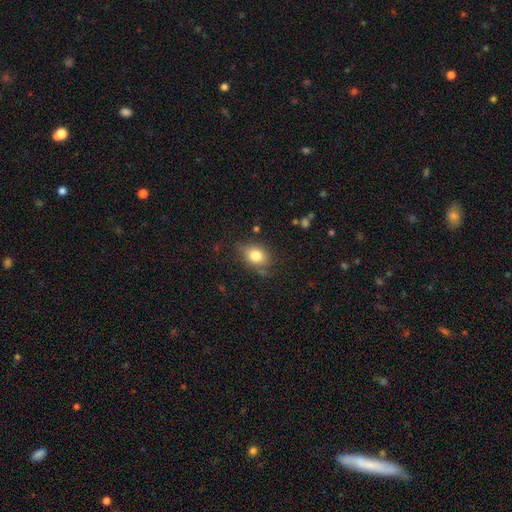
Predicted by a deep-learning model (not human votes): A smooth galaxy with no disk features (79%) that is in between round and cigar-shaped (68%). Merging: none (72%).